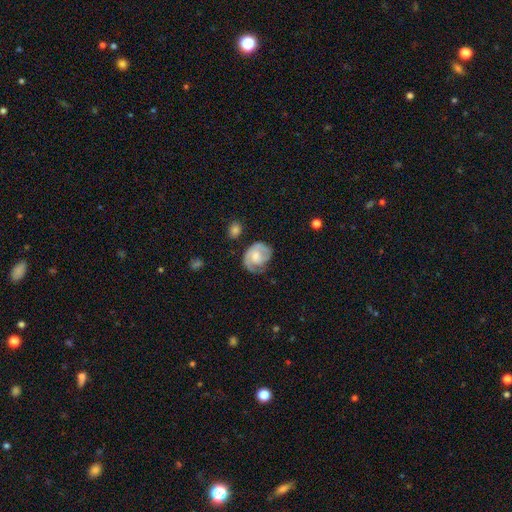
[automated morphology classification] A featured or disk galaxy (66%) with no bar (62%), 2 (42%) tight (49%) spiral arms (87%) and a moderate central bulge (47%).

Vote fractions:
- Smooth or featured? featured or disk: 66% / smooth: 27% / star or artifact: 6%
- Edge-on disk? no: 97% / yes: 3%
- Bar? no: 62% / weak: 33% / strong: 5%
- Spiral arms? yes: 87% / no: 13%
- Spiral winding? tight: 49% / medium: 37% / loose: 15%
- Spiral arm count? 2: 42% / 1: 34% / can't tell: 17% / 3: 5% / 4: 1% / more than 4: 1%
- Bulge size? moderate: 47% / small: 35% / none: 9% / large: 8% / dominant: 1%
- Merging? none: 55% / minor disturbance: 27% / major disturbance: 16% / merger: 3%